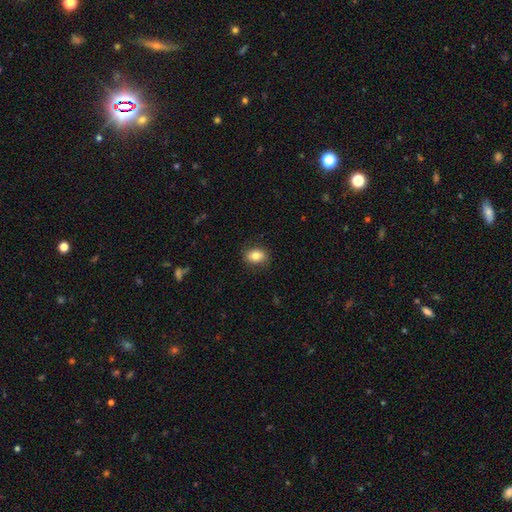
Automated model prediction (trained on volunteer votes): Overall: smooth (82%). How rounded: in between (67%; round 32%). Merging: none (86%).